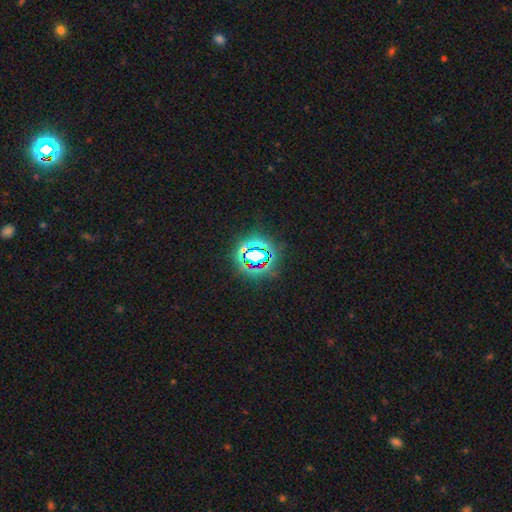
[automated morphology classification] star or artifact 73%, smooth 16%, featured or disk 10%.